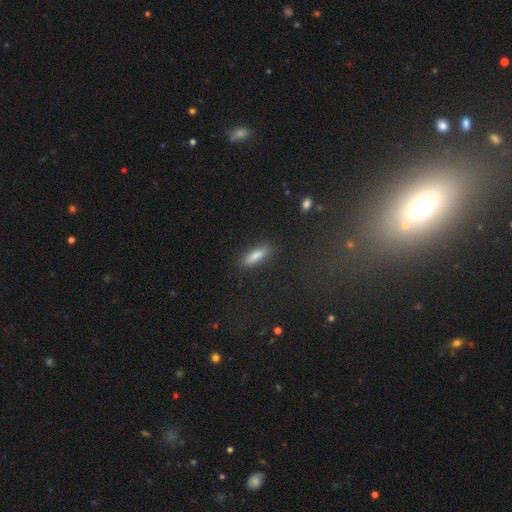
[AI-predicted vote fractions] Smooth or featured? smooth (81%)
How rounded? cigar-shaped (57%)
Merging? none (86%)